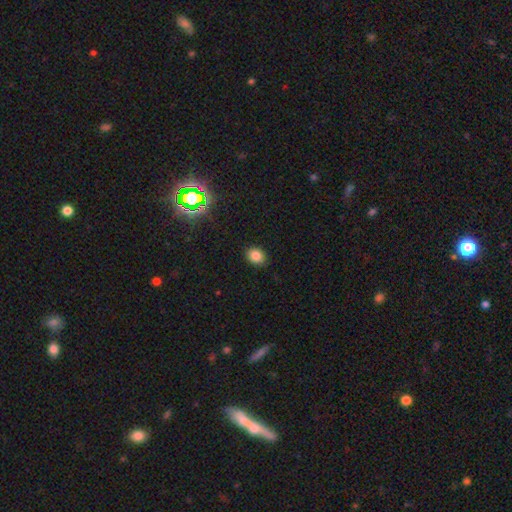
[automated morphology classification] Overall: smooth (83%). How rounded: round (50%; in between 49%). Merging: none (88%).